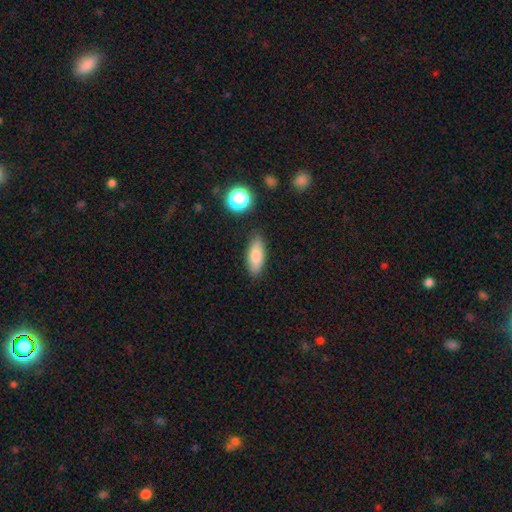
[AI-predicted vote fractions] A smooth galaxy with no disk features (79%) that is in between round and cigar-shaped (70%). Merging: none (85%).